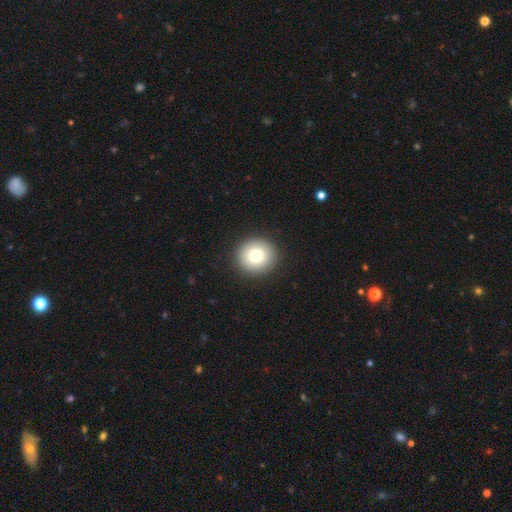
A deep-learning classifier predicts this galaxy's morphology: Smooth or featured?
  - smooth: 82% *
  - featured or disk: 9%
  - star or artifact: 9%
How rounded?
  - round: 92% *
  - in between: 7%
  - cigar-shaped: 1%
Merging?
  - none: 92% *
  - minor disturbance: 5%
  - major disturbance: 2%
  - merger: 1%